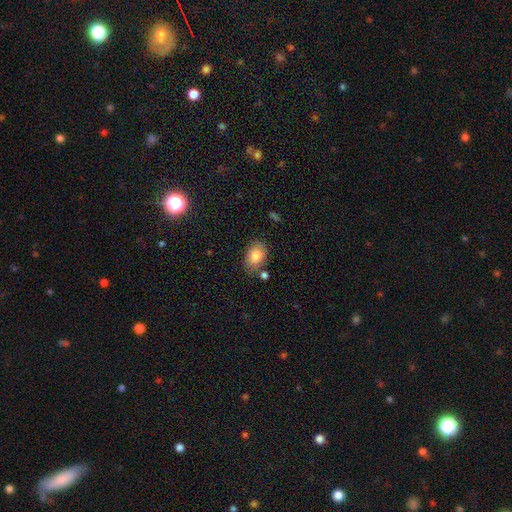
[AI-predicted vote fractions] Smooth or featured? smooth (84%)
How rounded? in between (80%)
Merging? none (71%)